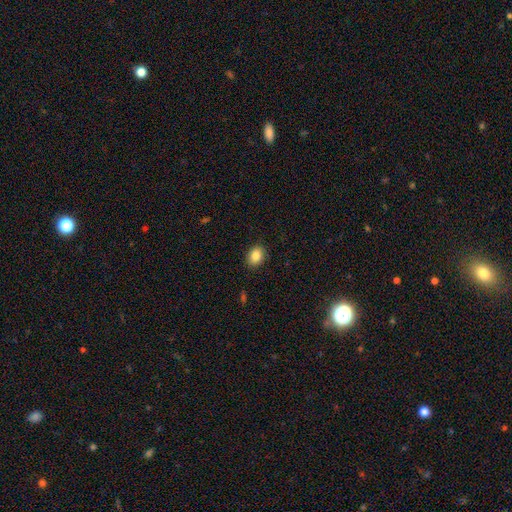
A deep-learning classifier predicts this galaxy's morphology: type=smooth (85%); roundness=in between (63%); merging=none (88%).